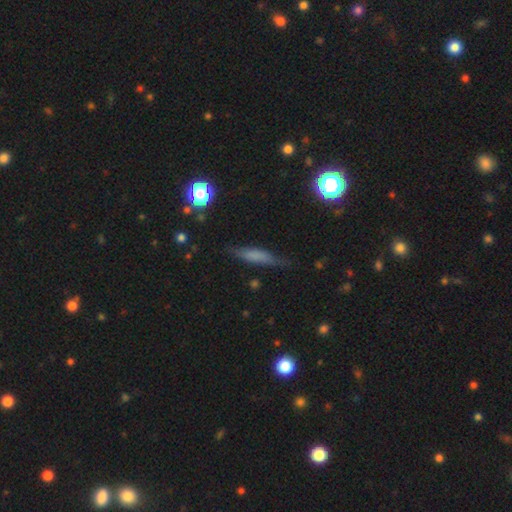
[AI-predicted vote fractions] smooth_or_featured: smooth (p=0.62) [alt: featured or disk p=0.29]
how_rounded: cigar-shaped (p=0.76) [alt: in between p=0.21]
merging: none (p=0.73) [alt: minor disturbance p=0.20]